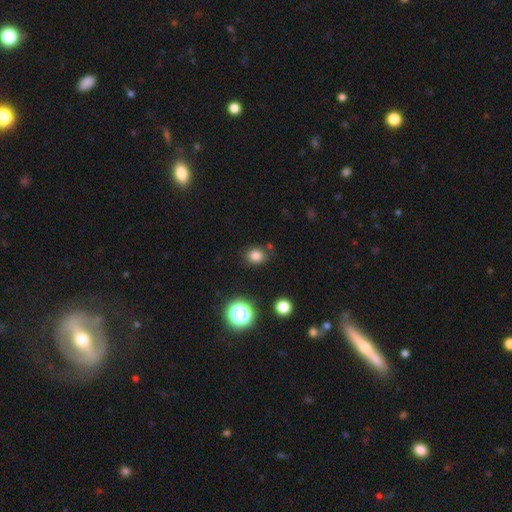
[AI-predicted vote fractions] Overall: smooth (80%). How rounded: round (59%; in between 40%). Merging: none (82%).